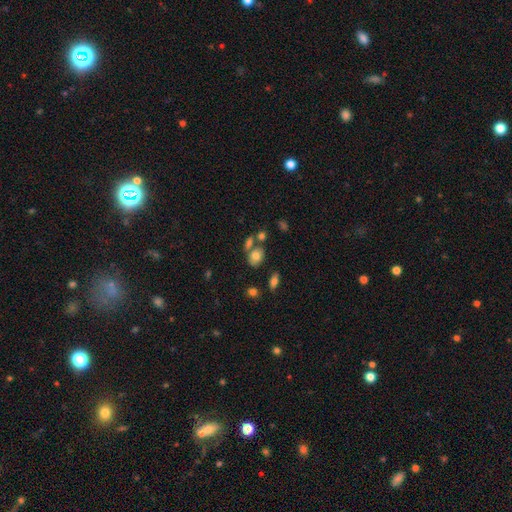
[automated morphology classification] Q: Smooth or featured?
A: smooth (73%); runner-up: featured or disk (15%)
Q: How rounded?
A: in between (63%); runner-up: round (35%)
Q: Merging?
A: none (56%); runner-up: merger (24%)